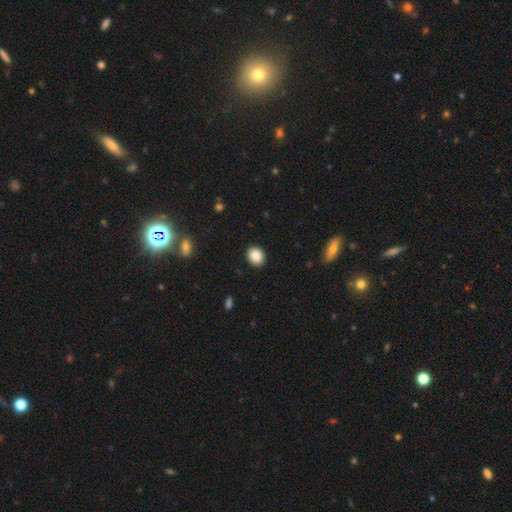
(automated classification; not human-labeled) A smooth galaxy with no disk features (88%) that is round (60%). Merging: none (91%).